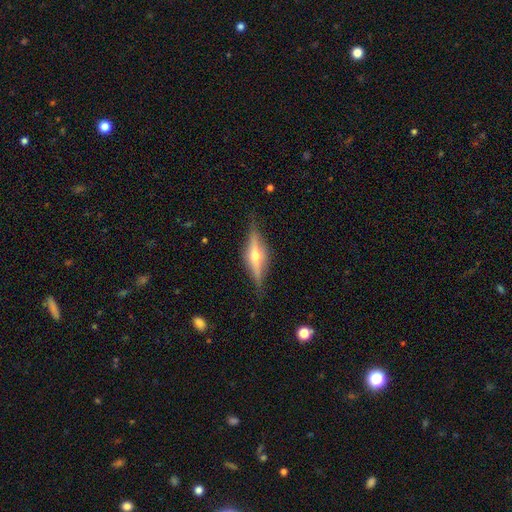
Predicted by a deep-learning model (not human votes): Smooth or featured? Predicted: featured or disk (p=0.75). Edge-on disk? Predicted: yes (p=0.96). Edge-on bulge? Predicted: rounded (p=0.92). Merging? Predicted: none (p=0.85).